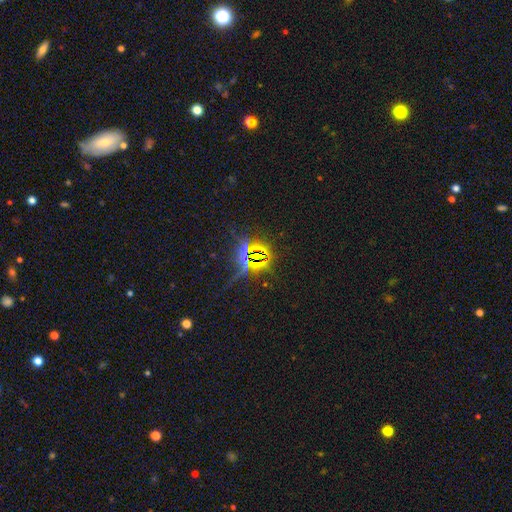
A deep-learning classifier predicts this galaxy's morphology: Smooth or featured: star or artifact — 82% (smooth — 9%)